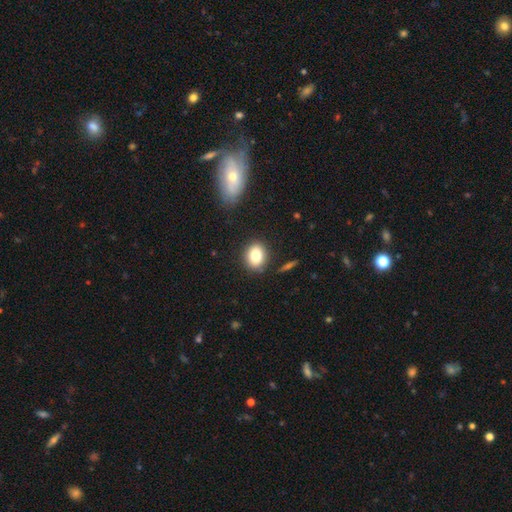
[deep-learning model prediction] Morphology: type=smooth (80%); roundness=round (54%); merging=none (85%).